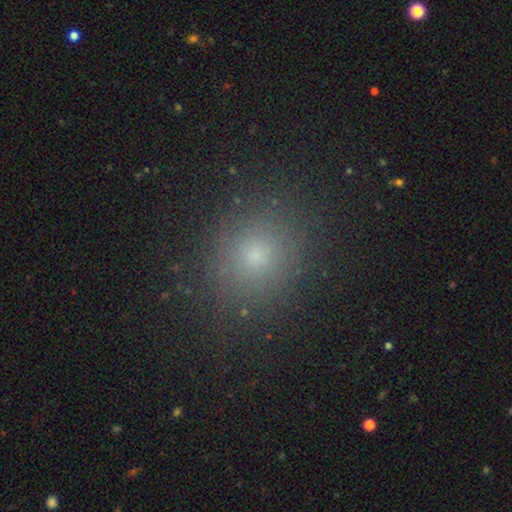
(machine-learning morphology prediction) Overall: smooth (72%). How rounded: round (78%). Merging: none (89%).